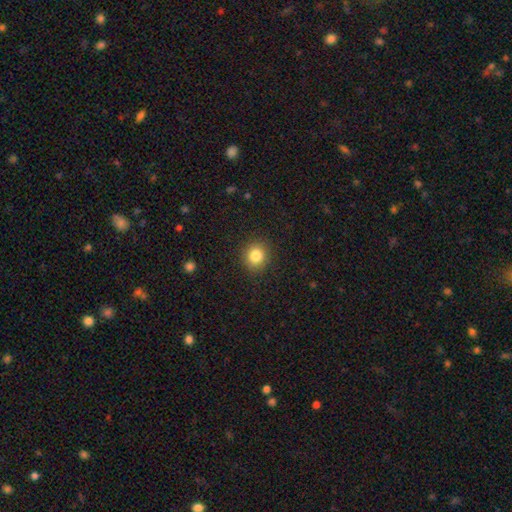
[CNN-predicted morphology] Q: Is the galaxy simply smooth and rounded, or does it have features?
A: smooth — 83%.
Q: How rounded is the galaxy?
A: round — 83%.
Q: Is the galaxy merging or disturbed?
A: none — 89%.